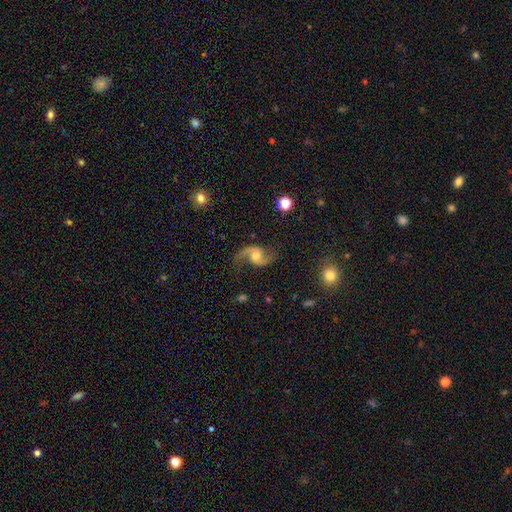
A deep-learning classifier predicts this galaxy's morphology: This is clearly a featured or disk galaxy (88%). It is clearly not viewed edge-on (98%). Bar: possibly no (60%). Spiral arm pattern: clearly yes (97%). Spiral arm count: clearly 2 (94%). Spiral winding: likely loose (70%). Central bulge: likely moderate (68%). Merging: likely none (76%).